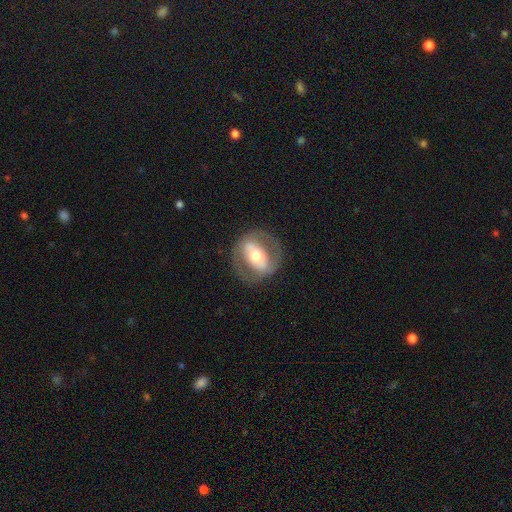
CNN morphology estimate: Smooth or featured? Predicted: featured or disk (p=0.65). Edge-on disk? Predicted: no (p=0.90). Bar? Predicted: strong (p=0.51). Spiral arms? Predicted: no (p=0.64). Bulge size? Predicted: moderate (p=0.63). Merging? Predicted: none (p=0.76).